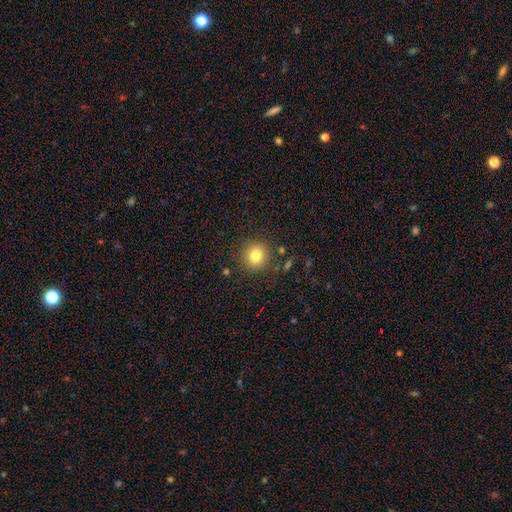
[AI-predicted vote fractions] A smooth galaxy with no disk features (79%) that is round (91%). Merging: none (87%).